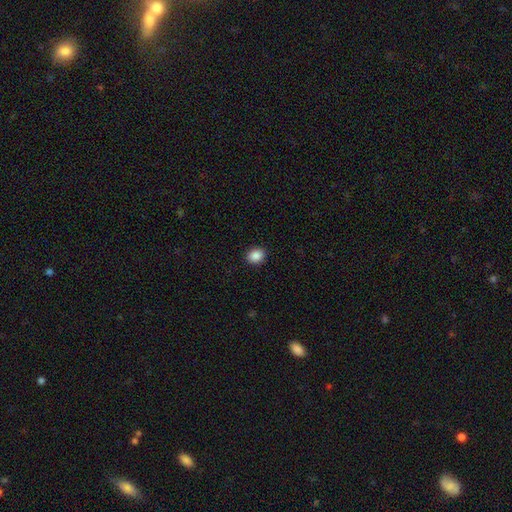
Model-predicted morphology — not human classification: Q: Smooth or featured?
A: smooth (88%); runner-up: star or artifact (9%)
Q: How rounded?
A: round (63%); runner-up: in between (37%)
Q: Merging?
A: none (91%); runner-up: minor disturbance (6%)